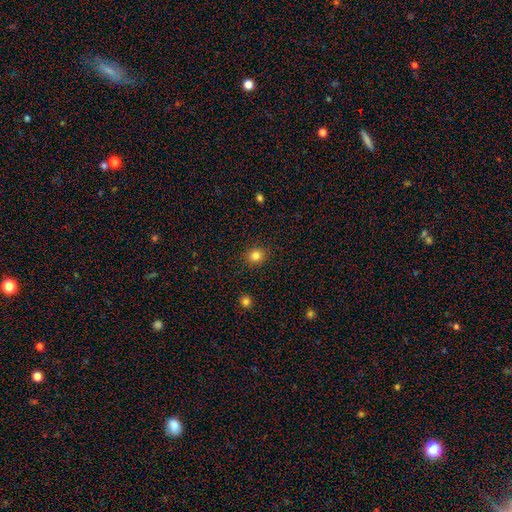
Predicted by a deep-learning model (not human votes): Smooth or featured?
  - smooth: 82% *
  - star or artifact: 12%
  - featured or disk: 5%
How rounded?
  - round: 83% *
  - in between: 16%
  - cigar-shaped: 1%
Merging?
  - none: 91% *
  - minor disturbance: 6%
  - major disturbance: 2%
  - merger: 1%